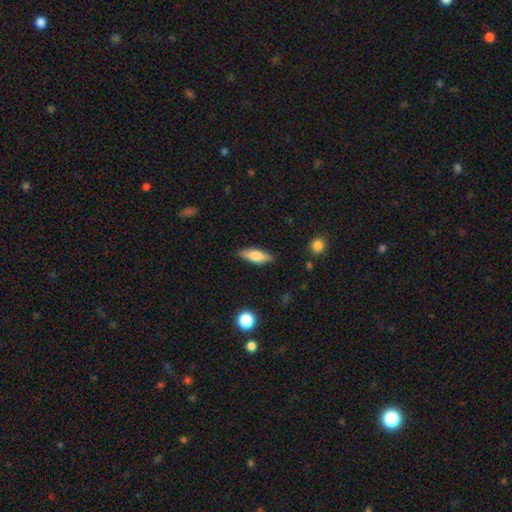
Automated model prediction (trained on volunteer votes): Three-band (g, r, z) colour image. It shows a smooth galaxy with no disk features (66%) that is in between round and cigar-shaped (59%). Merging: none (86%).